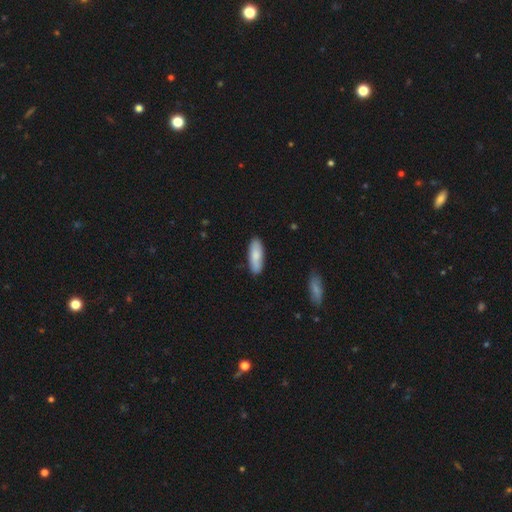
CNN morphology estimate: smooth_or_featured: smooth (p=0.81) [alt: featured or disk p=0.14]
how_rounded: in between (p=0.64) [alt: cigar-shaped p=0.34]
merging: none (p=0.84) [alt: minor disturbance p=0.12]